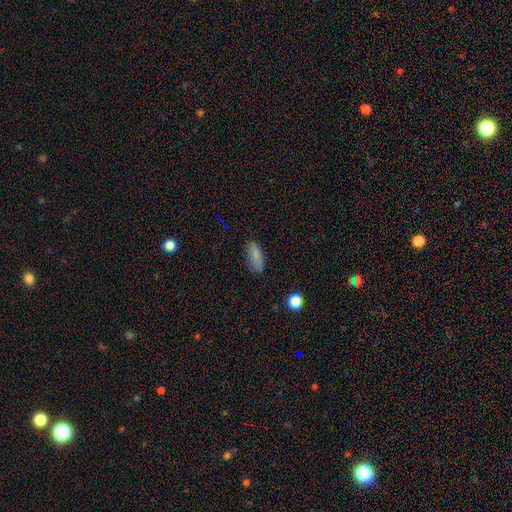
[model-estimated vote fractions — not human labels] Overall: smooth (84%). How rounded: in between (72%). Merging: none (81%).